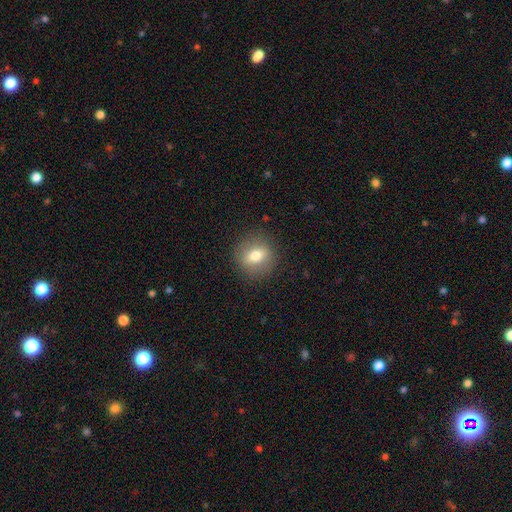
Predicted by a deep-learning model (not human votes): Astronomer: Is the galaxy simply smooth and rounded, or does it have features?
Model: smooth — 64%.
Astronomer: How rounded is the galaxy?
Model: round — 79%.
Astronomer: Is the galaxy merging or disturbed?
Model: none — 87%.